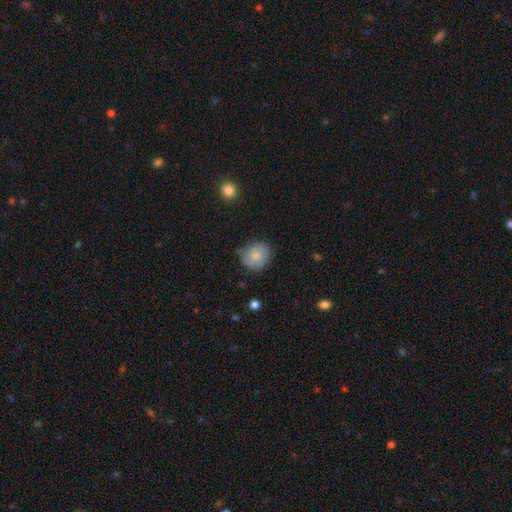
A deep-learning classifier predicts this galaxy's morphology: Overall: smooth (82%). How rounded: round (76%). Merging: none (68%).